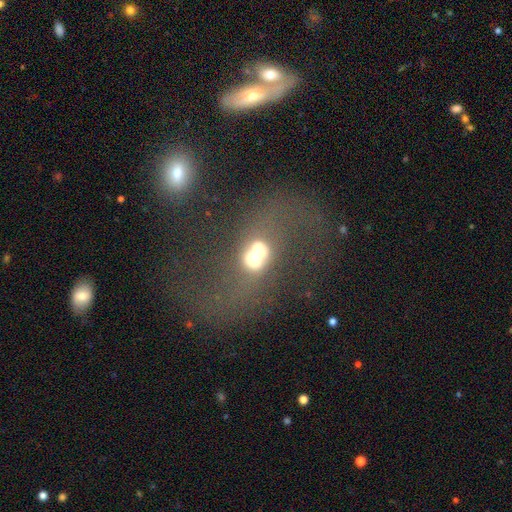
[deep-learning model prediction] smooth 50%, featured or disk 34%, star or artifact 17%. Down the decision tree: merging — merger (68%).